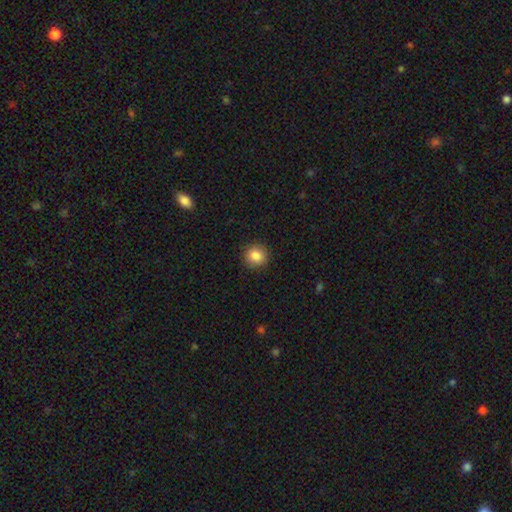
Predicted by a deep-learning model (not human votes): Overall: smooth (86%). How rounded: round (89%). Merging: none (91%).